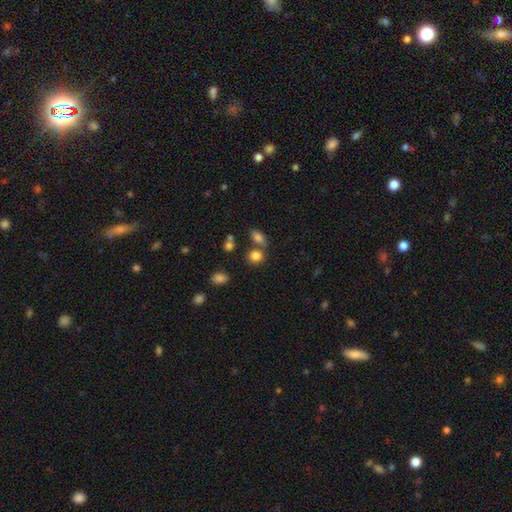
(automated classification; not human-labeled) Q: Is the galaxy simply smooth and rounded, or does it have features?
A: smooth — 82%.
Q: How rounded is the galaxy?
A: round — 65%.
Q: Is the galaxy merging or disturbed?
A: none — 61%.